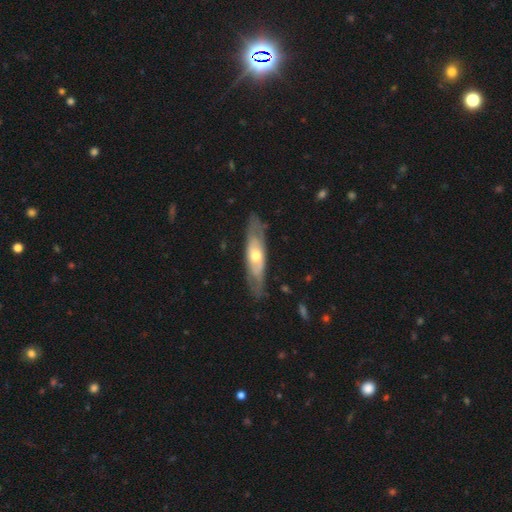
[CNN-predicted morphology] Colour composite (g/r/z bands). It shows a featured or disk galaxy (64%). Merging: none (78%).